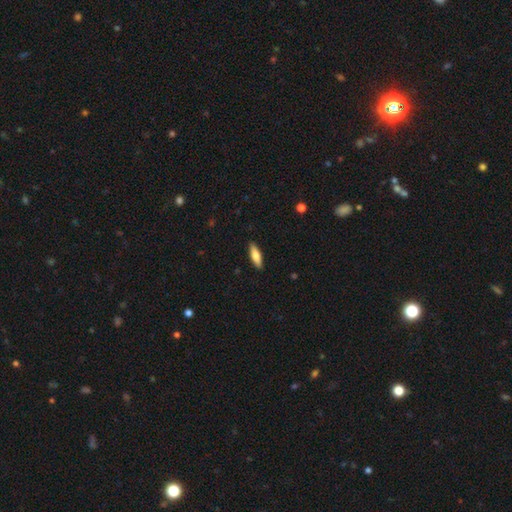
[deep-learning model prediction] Overall: smooth (70%). How rounded: cigar-shaped (57%; in between 41%). Merging: none (90%).